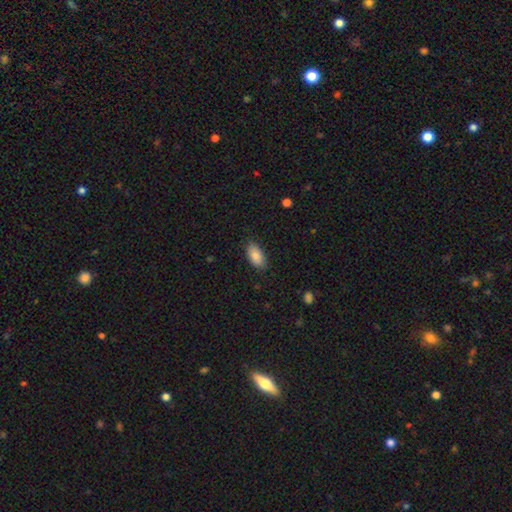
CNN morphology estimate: A smooth galaxy with no disk features (87%) that is in between round and cigar-shaped (92%). Merging: none (84%).